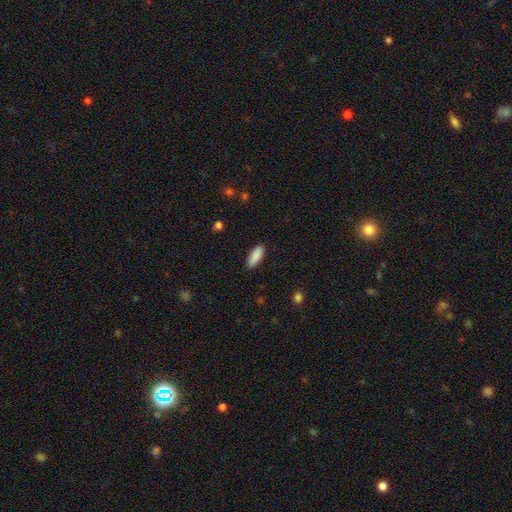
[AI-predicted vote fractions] A smooth galaxy with no disk features (90%) that is in between round and cigar-shaped (72%). Merging: none (89%).